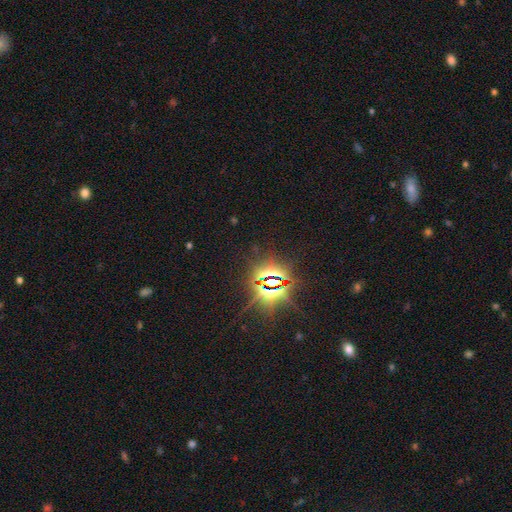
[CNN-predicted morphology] smooth-or-featured: star or artifact: 85% | smooth: 9% | featured or disk: 7%